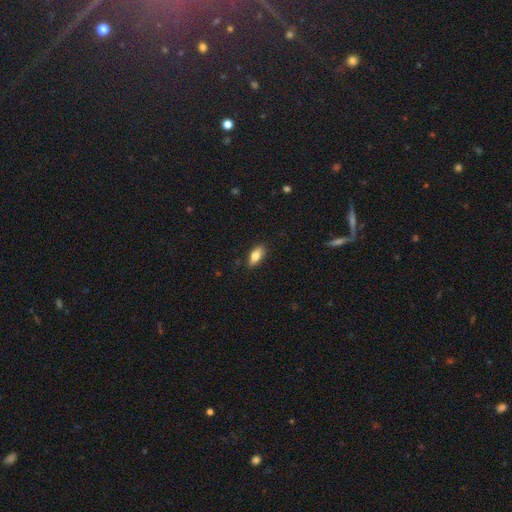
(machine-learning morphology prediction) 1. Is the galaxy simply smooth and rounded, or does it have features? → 79% smooth, 14% featured or disk, 7% star or artifact.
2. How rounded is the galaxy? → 81% in between, 16% cigar-shaped, 3% round.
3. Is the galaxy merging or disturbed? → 80% none, 16% minor disturbance, 3% major disturbance, 1% merger.